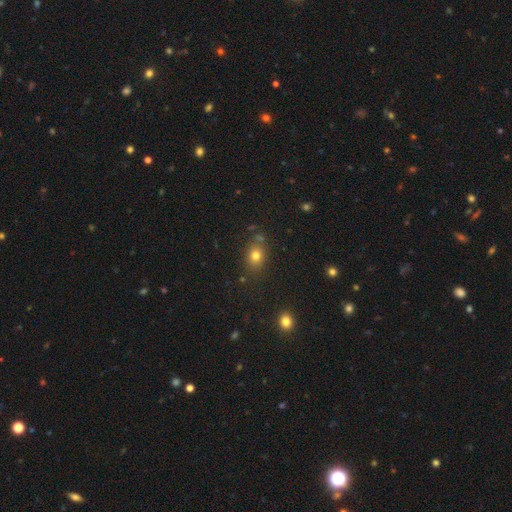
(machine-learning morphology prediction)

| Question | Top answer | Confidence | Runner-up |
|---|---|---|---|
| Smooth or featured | smooth | 76% | star or artifact (15%) |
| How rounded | in between | 54% | round (45%) |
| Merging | none | 76% | minor disturbance (14%) |